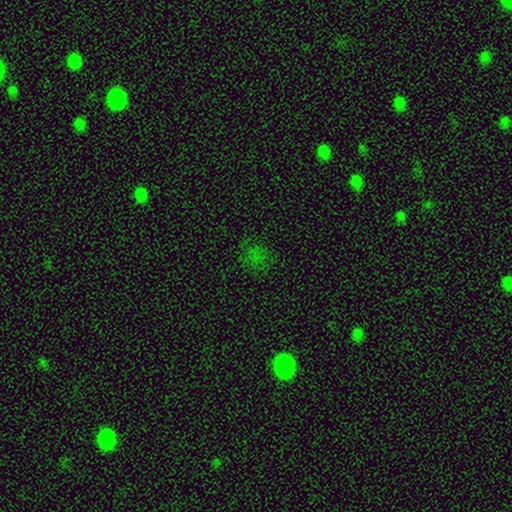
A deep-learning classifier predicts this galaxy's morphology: Smooth or featured? Predicted: smooth (p=0.49). Merging? Predicted: none (p=0.74).